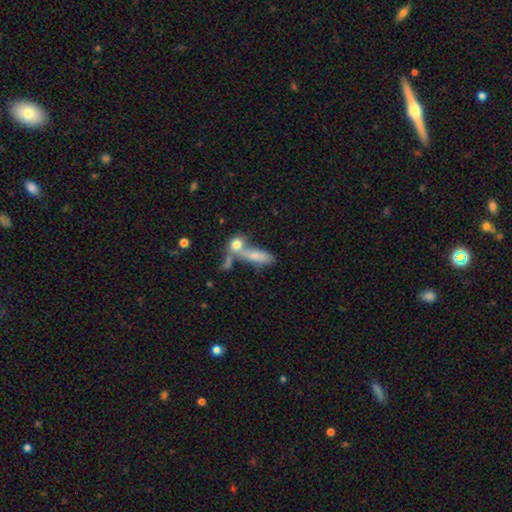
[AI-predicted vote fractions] A smooth galaxy with no disk features (71%) that is in between round and cigar-shaped (55%). Merging: merger (50%).